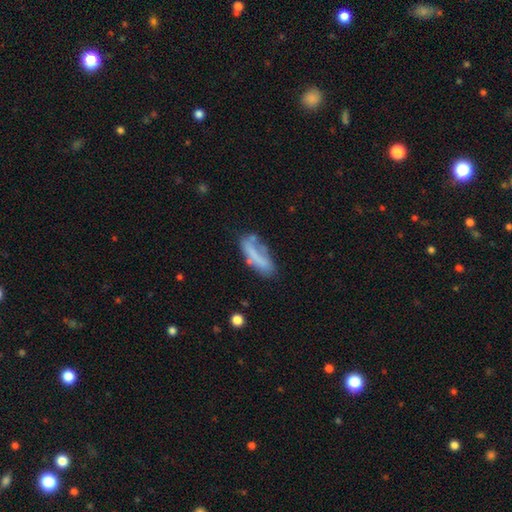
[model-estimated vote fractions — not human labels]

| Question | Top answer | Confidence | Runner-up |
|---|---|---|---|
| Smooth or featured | smooth | 60% | featured or disk (30%) |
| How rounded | cigar-shaped | 53% | in between (45%) |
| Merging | none | 48% | minor disturbance (27%) |